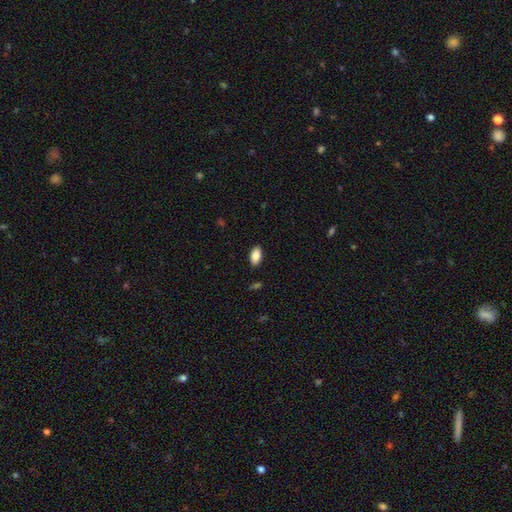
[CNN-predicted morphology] This appears to be a smooth galaxy with no disk features (88%) that is in between round and cigar-shaped (94%). Merging: none (88%).